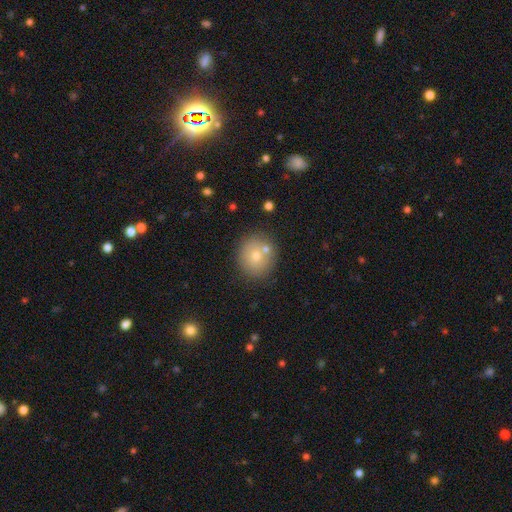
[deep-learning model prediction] A smooth galaxy with no disk features (70%) that is round (87%). Merging: none (74%).